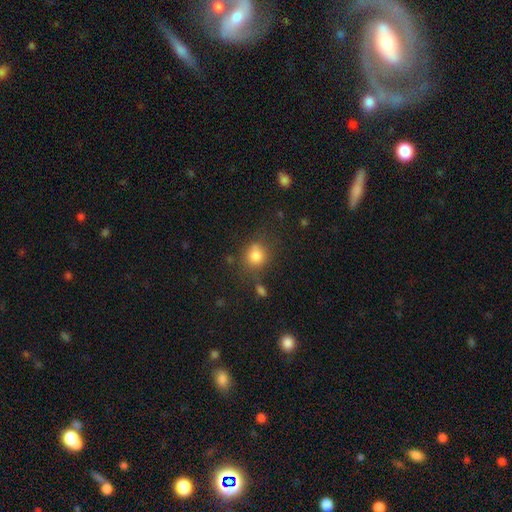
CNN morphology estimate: A smooth galaxy with no disk features (81%) that is round (74%).

Vote fractions:
- Smooth or featured? smooth: 81% / star or artifact: 12% / featured or disk: 7%
- How rounded? round: 74% / in between: 25% / cigar-shaped: 1%
- Merging? none: 66% / minor disturbance: 18% / merger: 8% / major disturbance: 7%